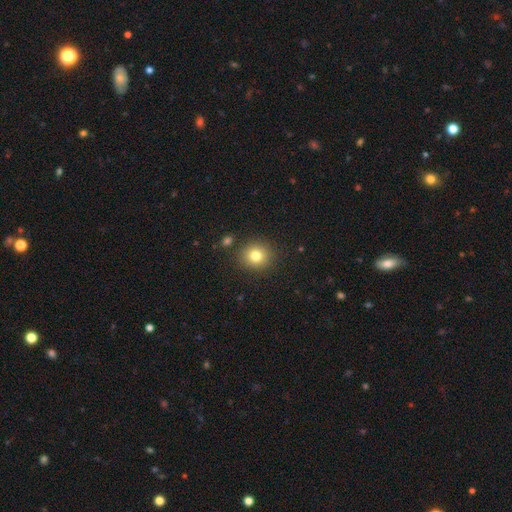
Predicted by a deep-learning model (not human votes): Smooth or featured? smooth (80%)
How rounded? round (85%)
Merging? none (88%)